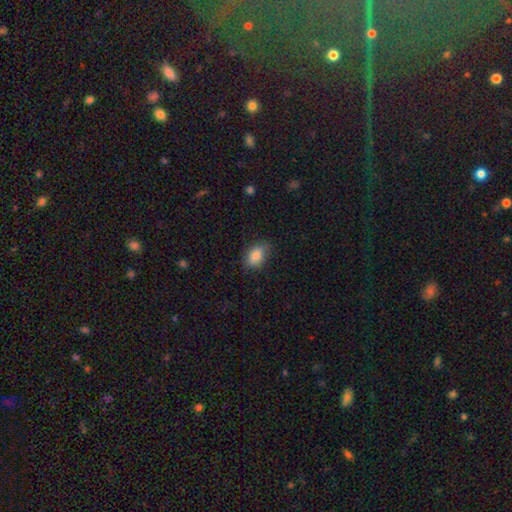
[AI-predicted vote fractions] Smooth or featured?
  - smooth: 86% *
  - star or artifact: 8%
  - featured or disk: 7%
How rounded?
  - in between: 88% *
  - round: 10%
  - cigar-shaped: 2%
Merging?
  - none: 79% *
  - minor disturbance: 17%
  - major disturbance: 4%
  - merger: 1%